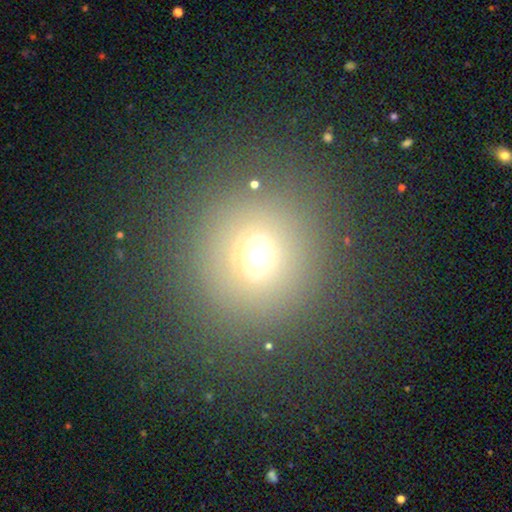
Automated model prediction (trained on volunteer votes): A smooth galaxy with no disk features (65%) that is round (92%). Merging: none (83%).